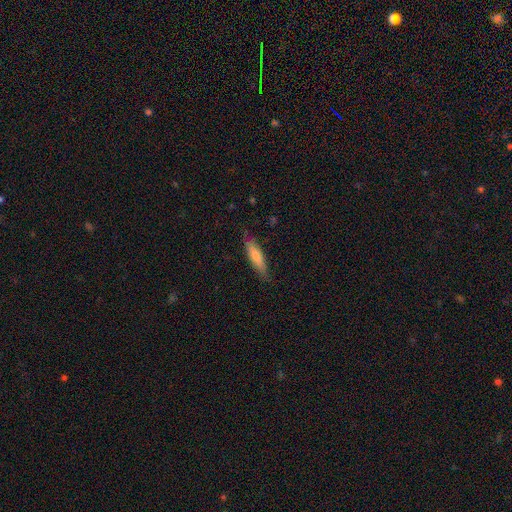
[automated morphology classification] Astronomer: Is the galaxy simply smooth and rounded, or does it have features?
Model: smooth — 65%.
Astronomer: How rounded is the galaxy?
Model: cigar-shaped — 79%.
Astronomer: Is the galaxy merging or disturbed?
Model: none — 82%.